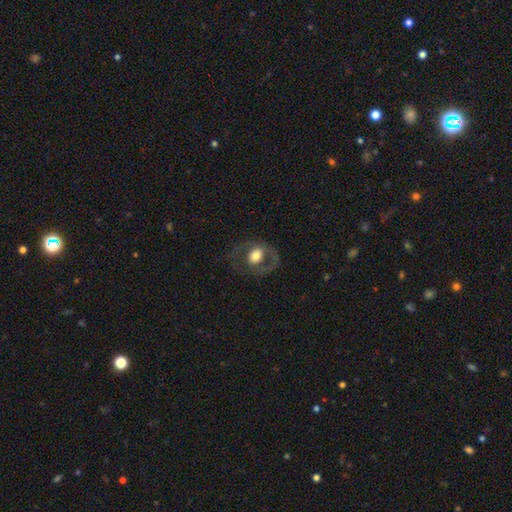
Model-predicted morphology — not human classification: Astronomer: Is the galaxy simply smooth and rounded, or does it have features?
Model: smooth — 48% (runner-up: featured or disk, 44%).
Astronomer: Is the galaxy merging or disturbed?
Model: none — 58%.